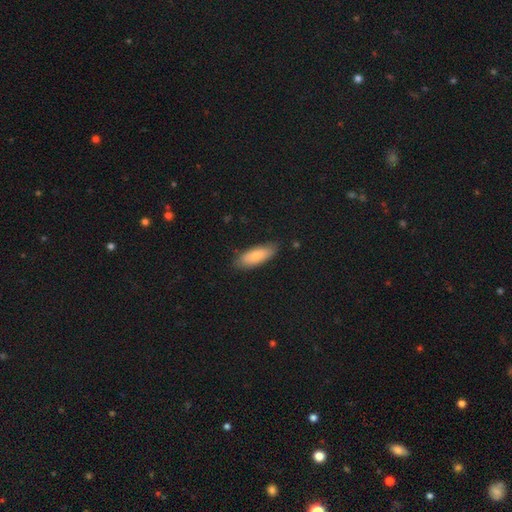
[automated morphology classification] Q: Smooth or featured?
A: smooth (78%); runner-up: featured or disk (16%)
Q: How rounded?
A: in between (71%); runner-up: cigar-shaped (27%)
Q: Merging?
A: none (81%); runner-up: minor disturbance (15%)